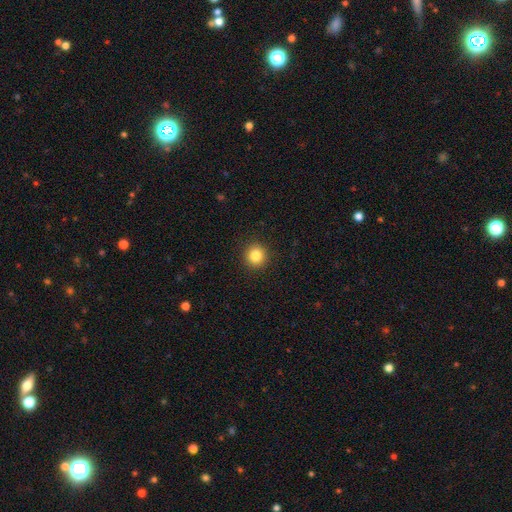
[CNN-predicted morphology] type=smooth (84%); roundness=round (92%); merging=none (92%).